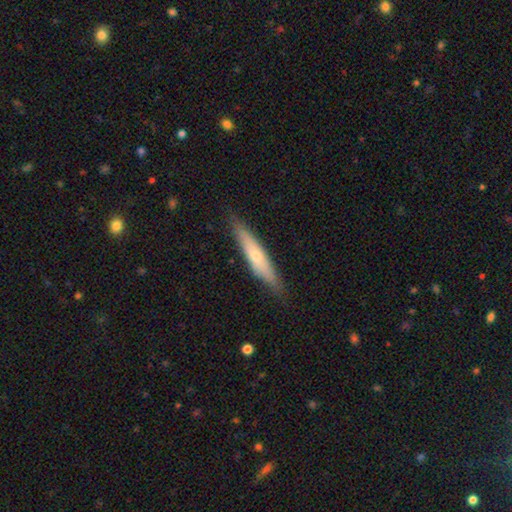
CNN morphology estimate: Smooth or featured: smooth — 50% (featured or disk — 44%)
How rounded: cigar-shaped — 87% (in between — 11%)
Merging: none — 86% (minor disturbance — 11%)